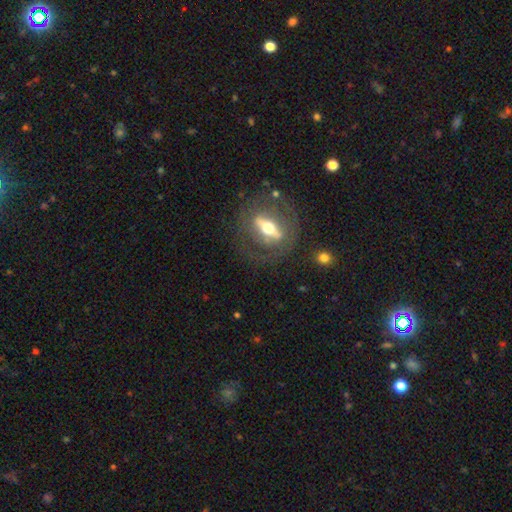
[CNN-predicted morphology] This is possibly a featured or disk galaxy (54%). It is likely not viewed edge-on (79%). Merging: likely none (76%).